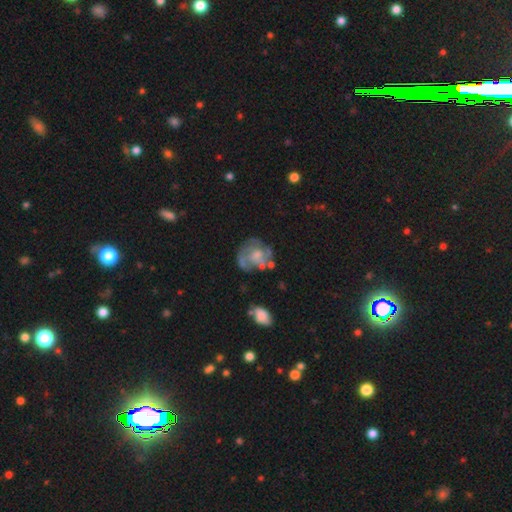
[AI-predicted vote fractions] Morphology: type=featured or disk (63%); edge-on=no (98%); bar=no (82%); spiral arms=no (53%); bulge=moderate (45%); merging=none (51%).